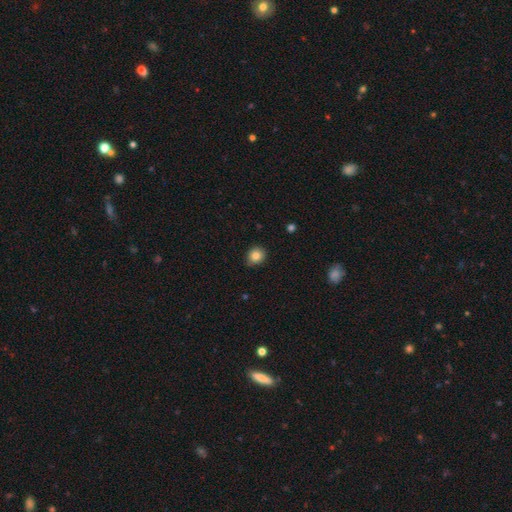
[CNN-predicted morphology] Overall: smooth (83%). How rounded: round (74%). Merging: none (84%).